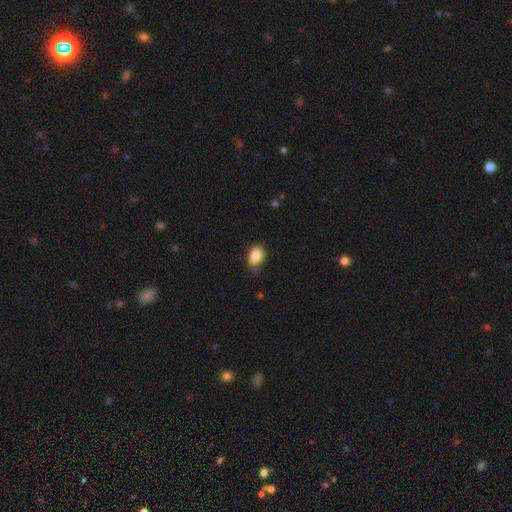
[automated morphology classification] smooth 86%, star or artifact 8%, featured or disk 6%. Down the decision tree: how rounded — in between (80%); merging — none (63%).